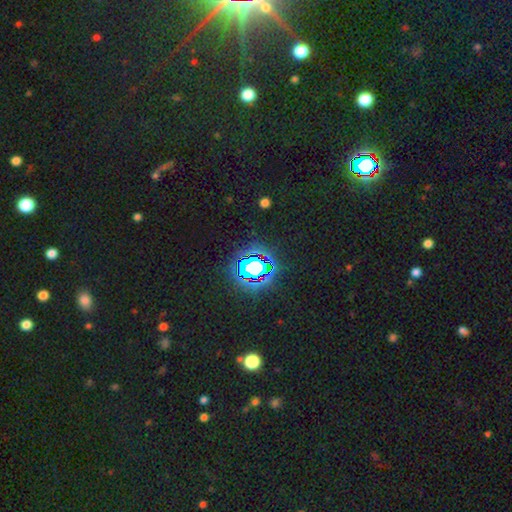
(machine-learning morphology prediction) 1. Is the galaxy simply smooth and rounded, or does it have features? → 81% star or artifact, 12% smooth, 7% featured or disk.